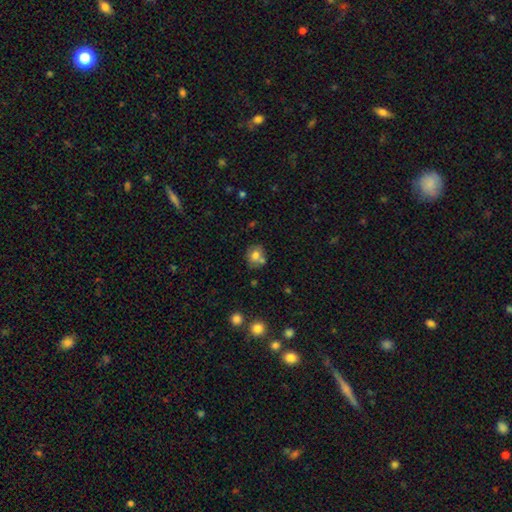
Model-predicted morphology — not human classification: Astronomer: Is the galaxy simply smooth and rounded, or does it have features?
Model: smooth — 74%.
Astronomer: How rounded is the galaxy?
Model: round — 69%.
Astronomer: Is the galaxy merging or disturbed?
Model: none — 56%.